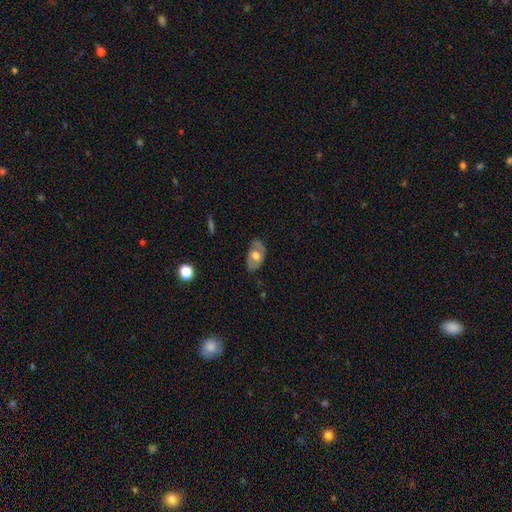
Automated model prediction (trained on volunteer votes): Smooth or featured? featured or disk (50%)
Edge-on disk? no (89%)
Merging? none (72%)